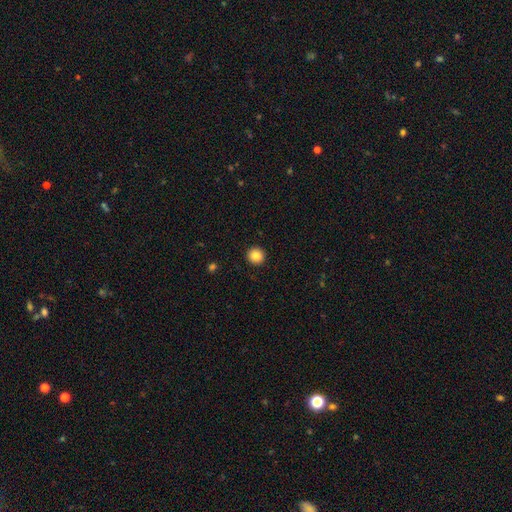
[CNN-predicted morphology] A smooth galaxy with no disk features (86%) that is round (94%). Merging: none (93%).